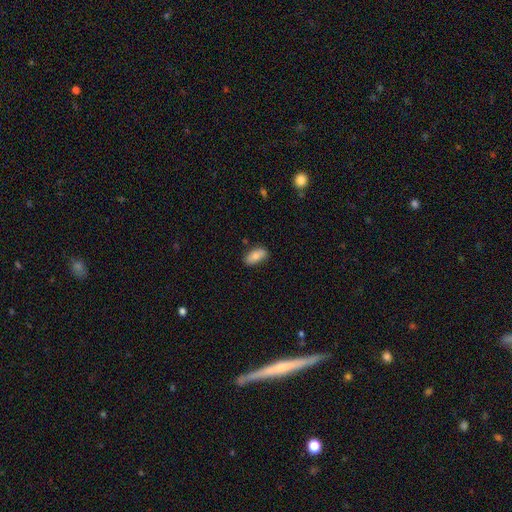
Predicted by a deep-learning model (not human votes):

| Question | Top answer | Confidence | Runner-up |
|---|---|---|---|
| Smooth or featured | smooth | 80% | featured or disk (14%) |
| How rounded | in between | 89% | cigar-shaped (8%) |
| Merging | none | 81% | minor disturbance (14%) |